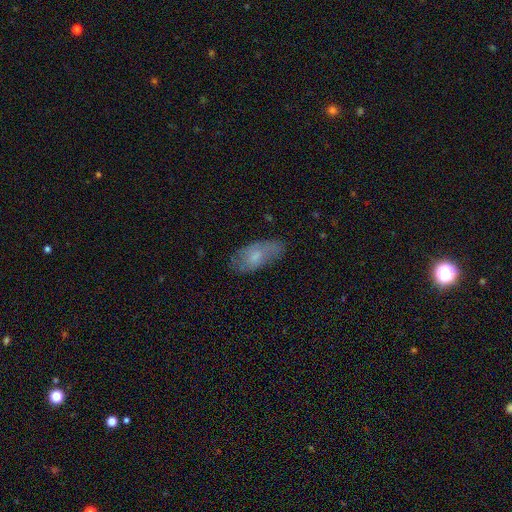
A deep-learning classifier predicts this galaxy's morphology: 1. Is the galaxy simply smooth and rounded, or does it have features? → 63% smooth, 30% featured or disk, 7% star or artifact.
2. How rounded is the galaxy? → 88% in between, 9% cigar-shaped, 3% round.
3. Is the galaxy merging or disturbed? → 67% none, 24% minor disturbance, 7% major disturbance, 2% merger.